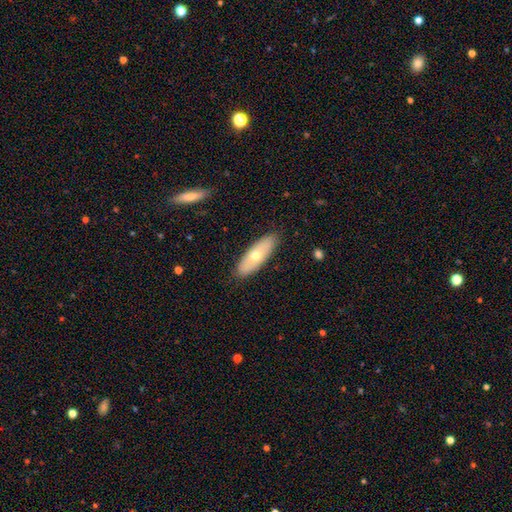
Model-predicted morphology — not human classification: Smooth or featured? smooth (60%)
How rounded? in between (63%)
Merging? none (88%)